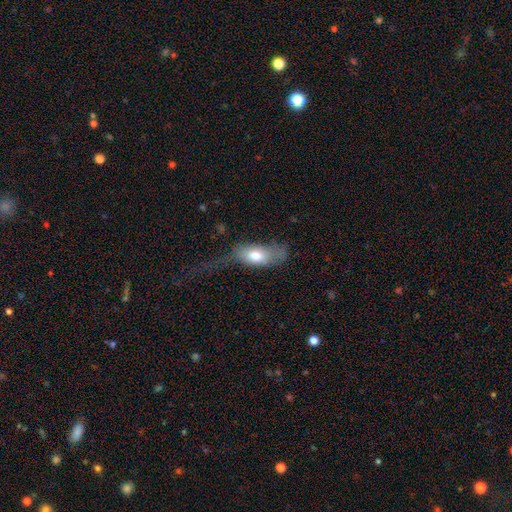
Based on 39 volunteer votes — Smooth or featured: smooth — 72% (featured or disk — 21%)
How rounded: in between — 93% (cigar-shaped — 7%)
Merging: major disturbance — 67% (minor disturbance — 19%)